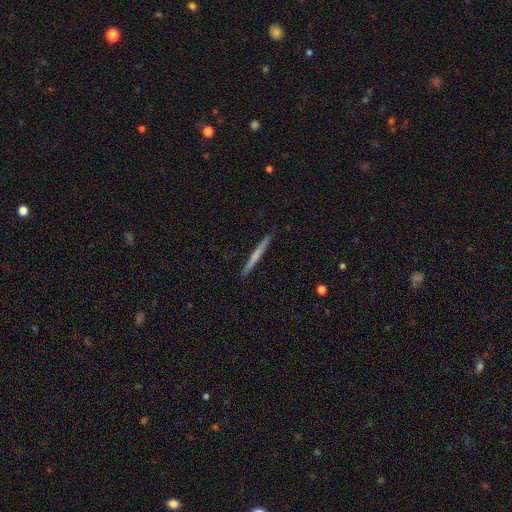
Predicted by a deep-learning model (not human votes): Q: Smooth or featured?
A: smooth (56%); runner-up: featured or disk (38%)
Q: How rounded?
A: cigar-shaped (97%); runner-up: in between (2%)
Q: Merging?
A: none (93%); runner-up: minor disturbance (5%)